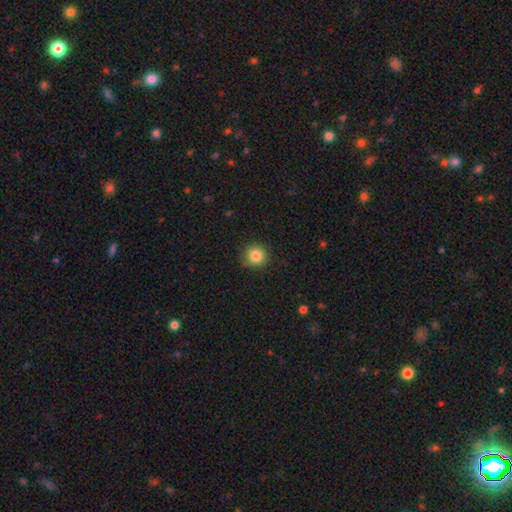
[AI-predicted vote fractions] A smooth galaxy with no disk features (85%) that is round (94%).

Vote fractions:
- Smooth or featured? smooth: 85% / star or artifact: 11% / featured or disk: 5%
- How rounded? round: 94% / in between: 5% / cigar-shaped: 1%
- Merging? none: 88% / minor disturbance: 8% / major disturbance: 2% / merger: 1%